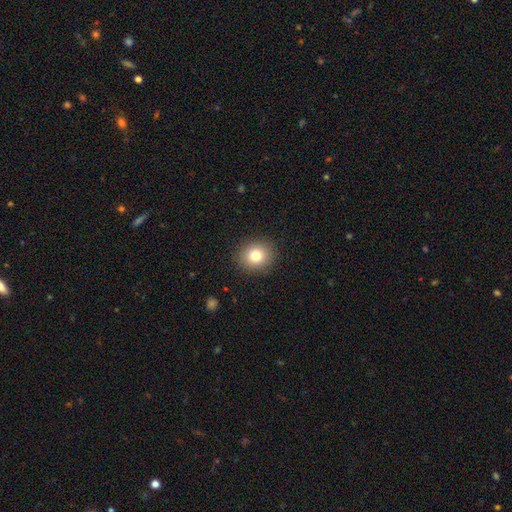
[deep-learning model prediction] Smooth or featured? smooth (80%)
How rounded? round (73%)
Merging? none (89%)